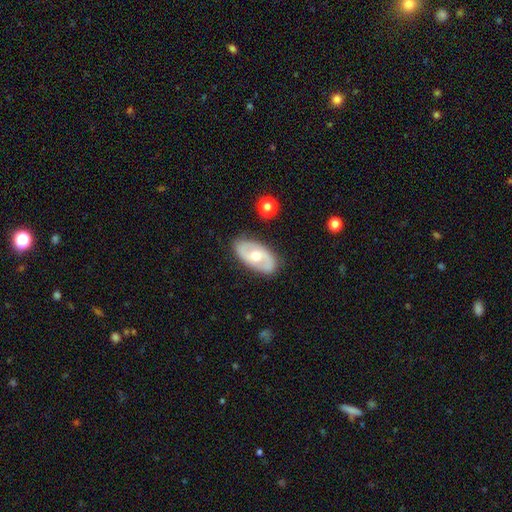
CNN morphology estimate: featured or disk 70%, smooth 24%, star or artifact 5%. Down the decision tree: edge-on disk — no (93%); bar — no (56%); spiral arms — yes (81%); spiral arm count — 2 (86%); spiral winding — medium (45%); bulge size — moderate (71%); merging — none (84%).